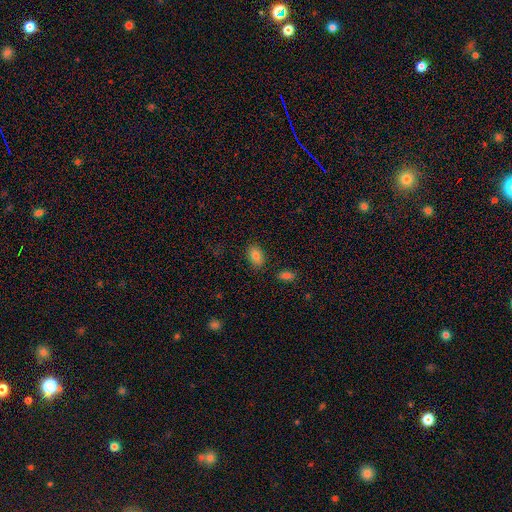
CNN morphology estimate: This is clearly a smooth galaxy (83%). How rounded: clearly in between (88%). Merging: clearly none (84%).